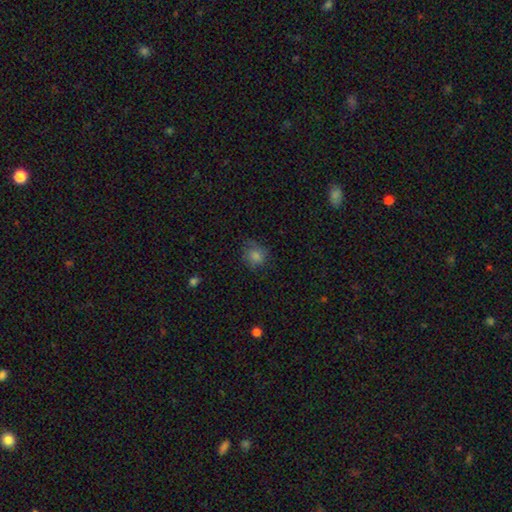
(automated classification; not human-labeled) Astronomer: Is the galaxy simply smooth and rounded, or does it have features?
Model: smooth — 74%.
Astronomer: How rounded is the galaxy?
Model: round — 80%.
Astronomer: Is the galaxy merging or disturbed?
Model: none — 70%.